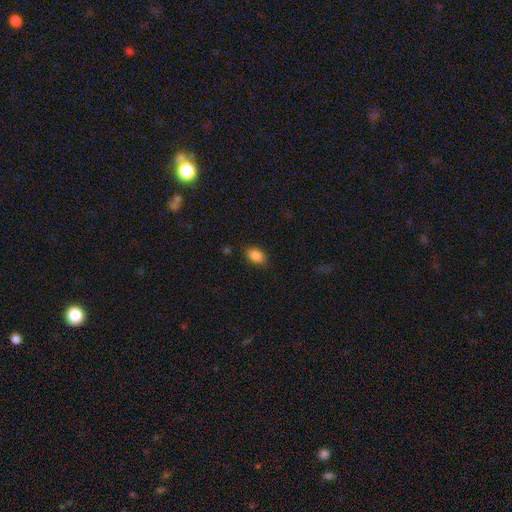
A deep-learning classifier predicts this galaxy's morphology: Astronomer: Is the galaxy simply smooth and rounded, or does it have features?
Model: smooth — 85%.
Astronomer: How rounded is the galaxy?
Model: in between — 82%.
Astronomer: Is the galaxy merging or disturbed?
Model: none — 77%.